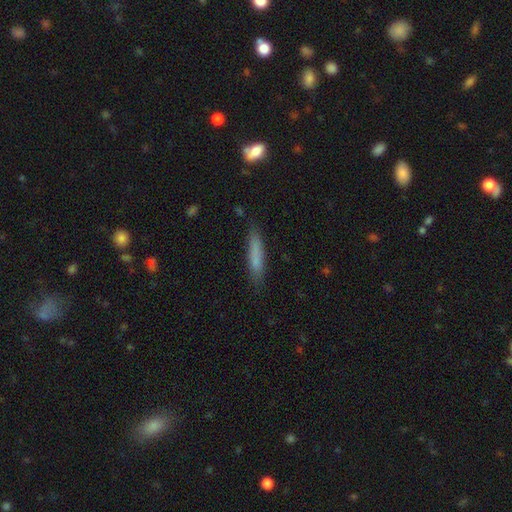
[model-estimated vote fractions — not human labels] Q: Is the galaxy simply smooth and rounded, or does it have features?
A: smooth — 76%.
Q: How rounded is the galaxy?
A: cigar-shaped — 89%.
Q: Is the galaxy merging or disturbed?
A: none — 82%.